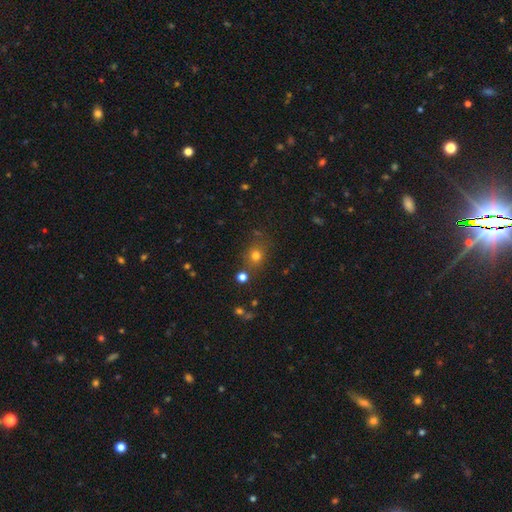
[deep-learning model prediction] Smooth or featured? smooth (74%)
How rounded? round (74%)
Merging? none (76%)